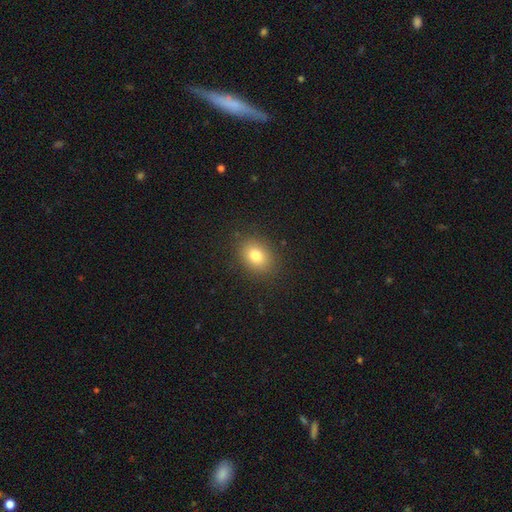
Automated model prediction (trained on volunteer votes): Morphology: type=smooth (80%); roundness=in between (58%); merging=none (87%).